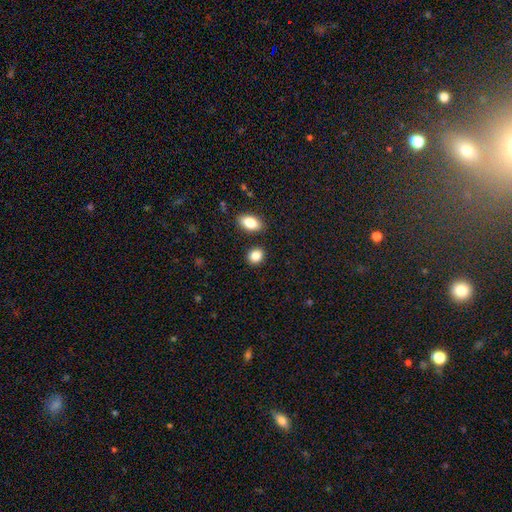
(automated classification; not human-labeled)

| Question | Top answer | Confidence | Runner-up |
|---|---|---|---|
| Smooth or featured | smooth | 86% | star or artifact (9%) |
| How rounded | round | 53% | in between (46%) |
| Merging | none | 84% | minor disturbance (8%) |